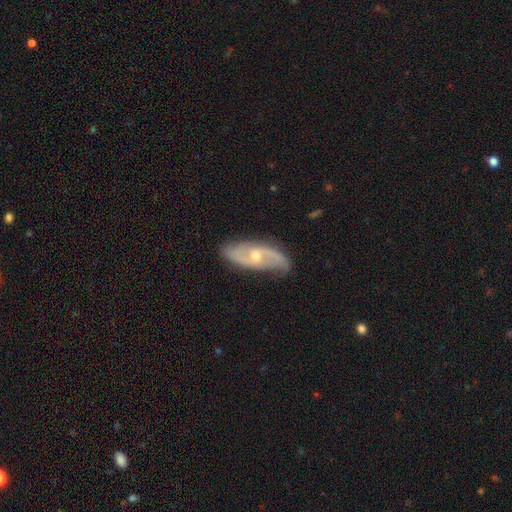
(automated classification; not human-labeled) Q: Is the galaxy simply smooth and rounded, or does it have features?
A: featured or disk — 81%.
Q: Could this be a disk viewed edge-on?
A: no — 90%.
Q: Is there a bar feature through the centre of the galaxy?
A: no — 56%.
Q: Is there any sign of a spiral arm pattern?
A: yes — 93%.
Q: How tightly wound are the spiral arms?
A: loose — 48%.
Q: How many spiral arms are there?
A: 2 — 87%.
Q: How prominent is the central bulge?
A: small — 55%.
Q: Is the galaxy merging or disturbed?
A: none — 79%.